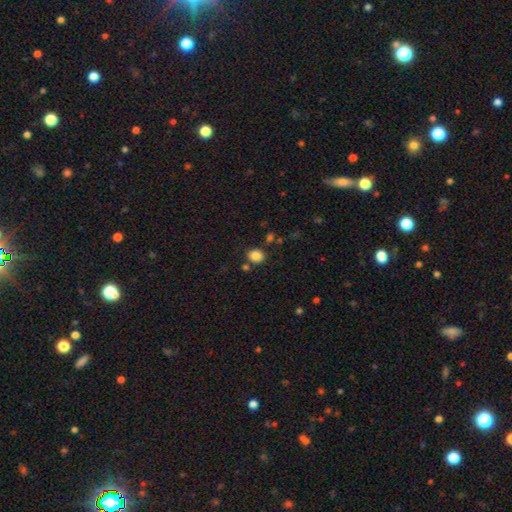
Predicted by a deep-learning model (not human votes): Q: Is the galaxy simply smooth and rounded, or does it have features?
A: smooth — 85%.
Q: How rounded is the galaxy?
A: round — 69%.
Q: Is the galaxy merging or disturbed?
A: none — 80%.